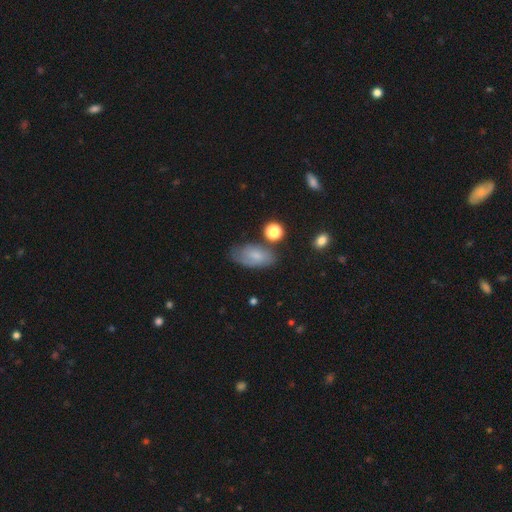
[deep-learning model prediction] smooth 64%, featured or disk 27%, star or artifact 9%. Down the decision tree: how rounded — in between (90%); merging — none (59%).